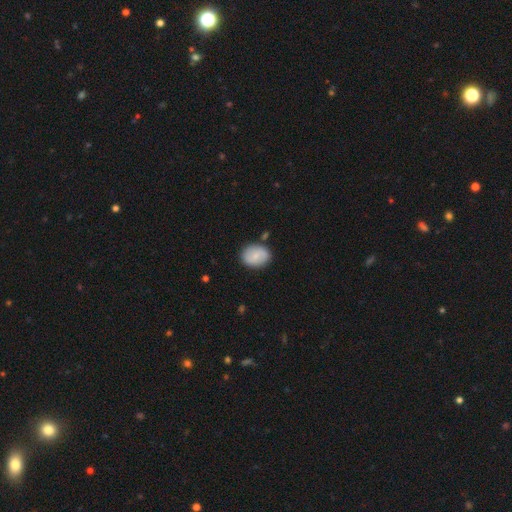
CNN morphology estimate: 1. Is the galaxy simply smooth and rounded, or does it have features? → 67% smooth, 26% featured or disk, 7% star or artifact.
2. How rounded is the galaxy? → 54% in between, 45% round, 1% cigar-shaped.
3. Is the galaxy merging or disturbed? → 82% none, 12% minor disturbance, 3% merger, 3% major disturbance.